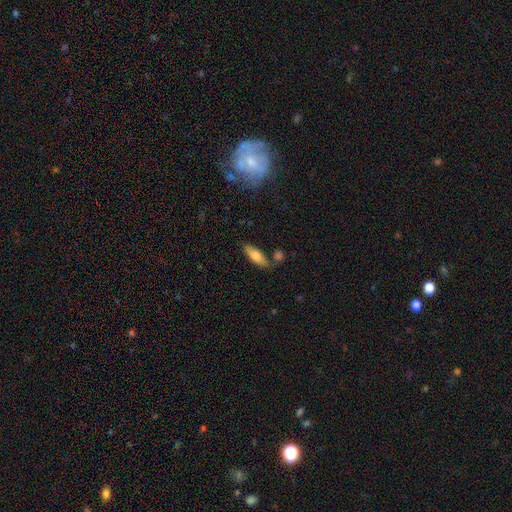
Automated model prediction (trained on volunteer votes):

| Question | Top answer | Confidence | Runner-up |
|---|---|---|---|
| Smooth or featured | smooth | 73% | featured or disk (21%) |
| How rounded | in between | 62% | cigar-shaped (36%) |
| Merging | none | 75% | minor disturbance (13%) |